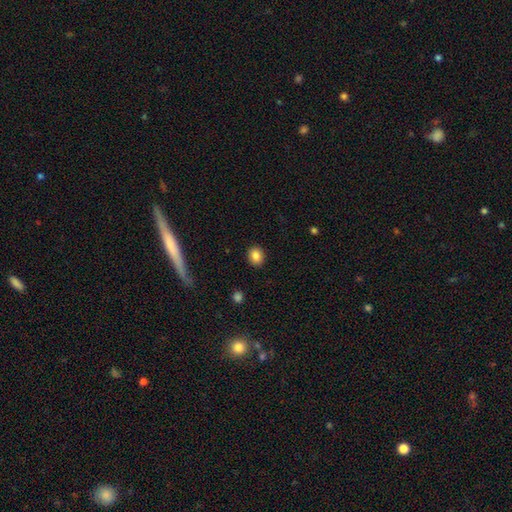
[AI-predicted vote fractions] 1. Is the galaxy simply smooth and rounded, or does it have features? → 85% smooth, 10% star or artifact, 5% featured or disk.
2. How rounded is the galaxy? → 62% round, 37% in between, 1% cigar-shaped.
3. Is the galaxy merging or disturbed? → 90% none, 7% minor disturbance, 2% major disturbance, 1% merger.